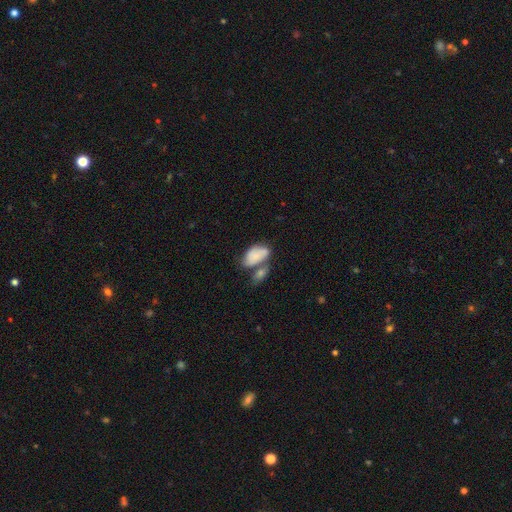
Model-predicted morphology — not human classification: Overall: smooth (72%). How rounded: in between (93%). Merging: merger (46%; none 27%).